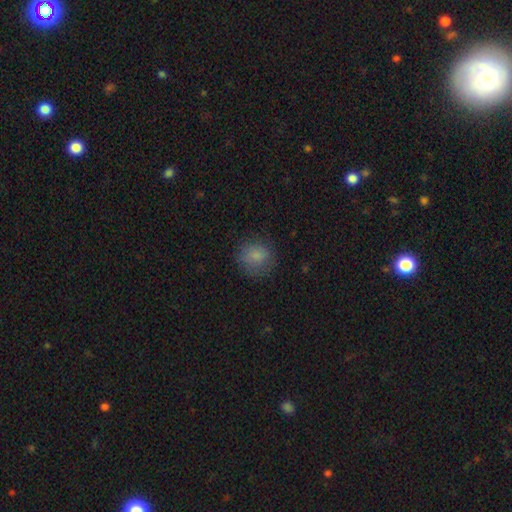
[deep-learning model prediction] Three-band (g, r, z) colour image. It shows a smooth galaxy with no disk features (84%) that is round (86%). Merging: none (79%).